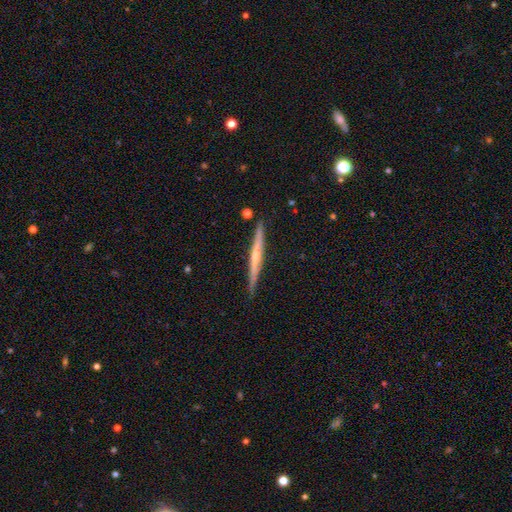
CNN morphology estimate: smooth-or-featured: featured or disk: 67% | smooth: 27% | star or artifact: 6%
  disk-edge-on: yes: 97% | no: 3%
    edge-on-bulge: rounded: 55% | none: 39% | boxy: 6%
  merging: none: 88% | minor disturbance: 9% | merger: 2% | major disturbance: 1%